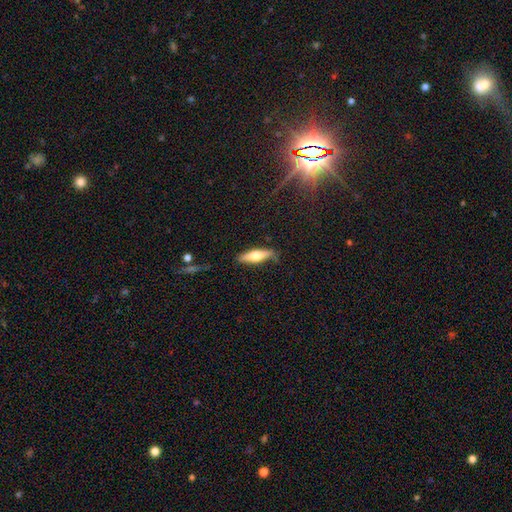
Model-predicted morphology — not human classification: Smooth or featured: smooth — 58% (featured or disk — 36%)
How rounded: cigar-shaped — 60% (in between — 38%)
Merging: none — 81% (minor disturbance — 14%)